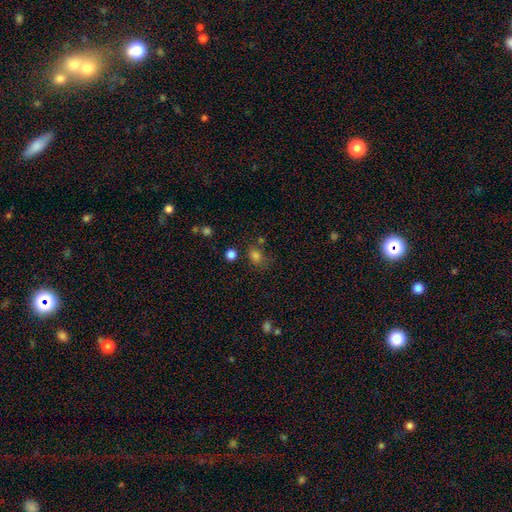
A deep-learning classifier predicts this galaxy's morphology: smooth_or_featured: smooth (p=0.79) [alt: star or artifact p=0.15]
how_rounded: round (p=0.57) [alt: in between p=0.42]
merging: none (p=0.62) [alt: minor disturbance p=0.19]